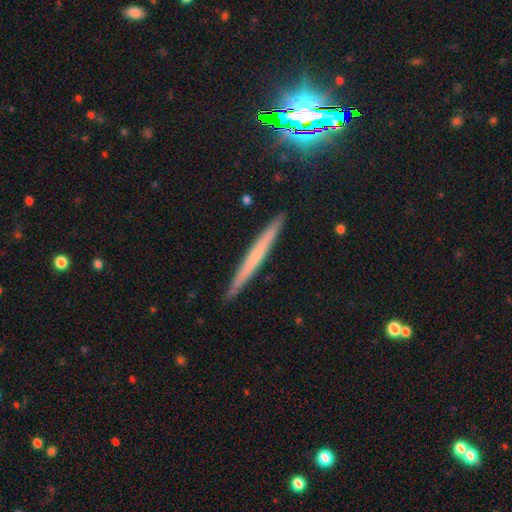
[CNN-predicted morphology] Smooth or featured? Predicted: featured or disk (p=0.52). Edge-on disk? Predicted: yes (p=0.97). Edge-on bulge? Predicted: none (p=0.72). Merging? Predicted: none (p=0.90).